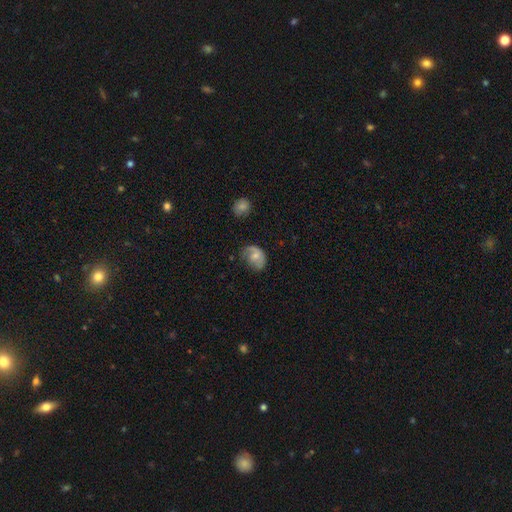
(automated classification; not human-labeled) featured or disk 50%, smooth 43%, star or artifact 8%. Down the decision tree: merging — none (47%).